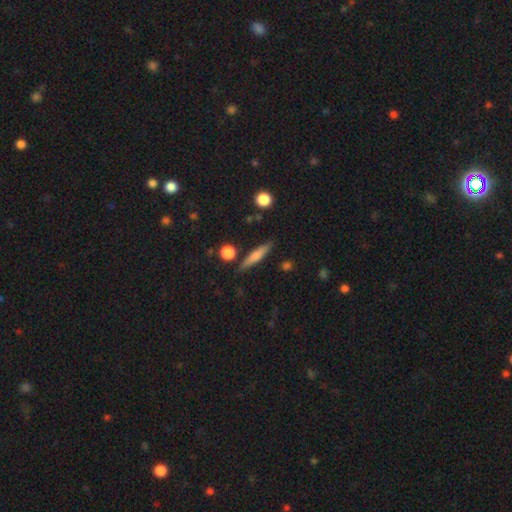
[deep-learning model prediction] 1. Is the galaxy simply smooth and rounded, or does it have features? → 63% smooth, 31% featured or disk, 7% star or artifact.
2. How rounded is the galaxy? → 86% cigar-shaped, 11% in between, 3% round.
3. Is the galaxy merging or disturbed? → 84% none, 10% minor disturbance, 4% merger, 2% major disturbance.